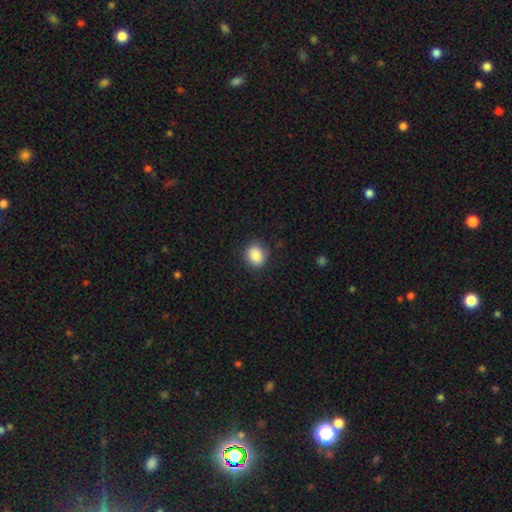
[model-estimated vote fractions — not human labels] Smooth or featured?
  - smooth: 88% *
  - star or artifact: 8%
  - featured or disk: 4%
How rounded?
  - round: 63% *
  - in between: 36%
  - cigar-shaped: 1%
Merging?
  - none: 86% *
  - minor disturbance: 10%
  - major disturbance: 3%
  - merger: 1%